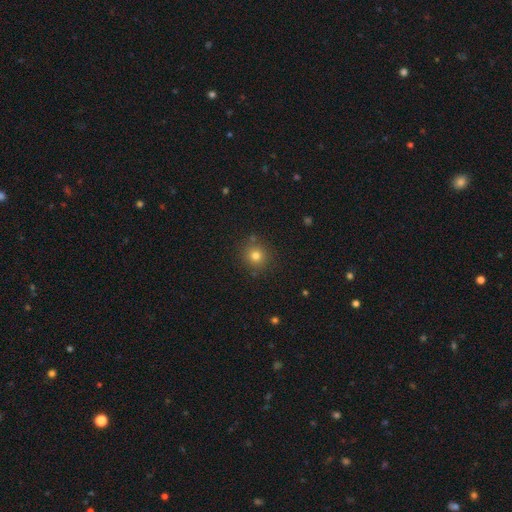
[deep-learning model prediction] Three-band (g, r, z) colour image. It shows a smooth galaxy with no disk features (77%) that is round (91%). Merging: none (84%).